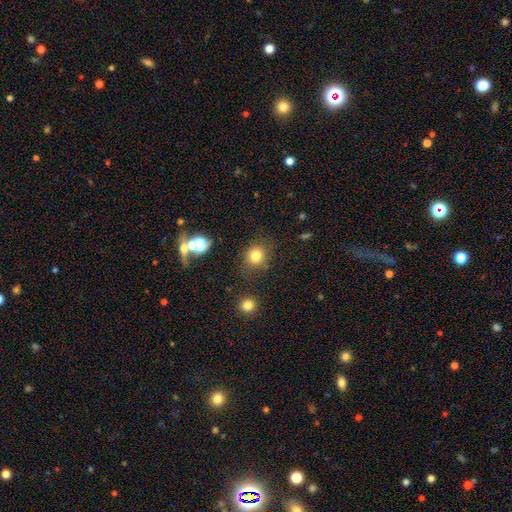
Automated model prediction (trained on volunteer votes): A smooth galaxy with no disk features (78%) that is round (83%).

Vote fractions:
- Smooth or featured? smooth: 78% / star or artifact: 15% / featured or disk: 7%
- How rounded? round: 83% / in between: 16% / cigar-shaped: 1%
- Merging? none: 81% / minor disturbance: 11% / major disturbance: 4% / merger: 4%